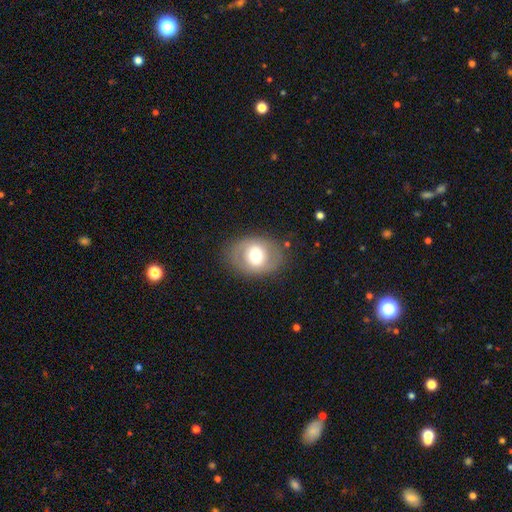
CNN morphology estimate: Overall: smooth (55%; featured or disk 37%). How rounded: in between (59%; round 40%). Merging: none (79%).